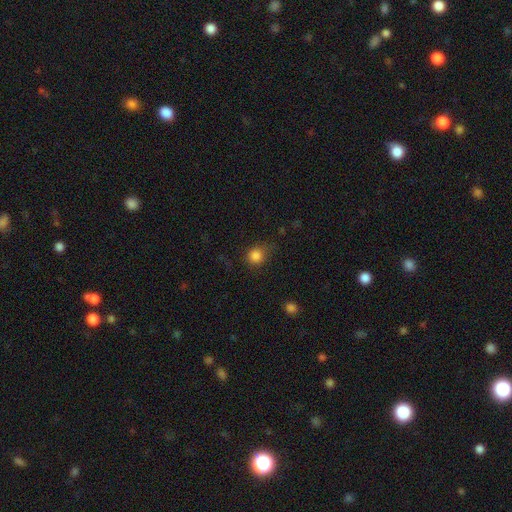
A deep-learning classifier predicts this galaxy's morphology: Smooth or featured?
  - smooth: 84% *
  - star or artifact: 12%
  - featured or disk: 5%
How rounded?
  - round: 82% *
  - in between: 17%
  - cigar-shaped: 1%
Merging?
  - none: 69% *
  - minor disturbance: 22%
  - major disturbance: 7%
  - merger: 2%